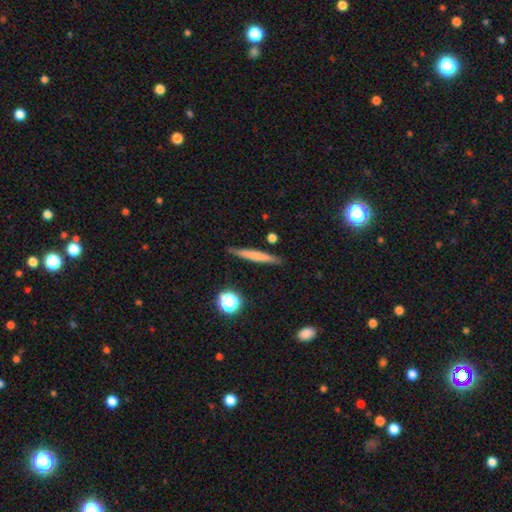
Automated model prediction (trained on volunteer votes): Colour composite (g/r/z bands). It shows a smooth galaxy with no disk features (61%) that is cigar-shaped (94%). Merging: none (87%).